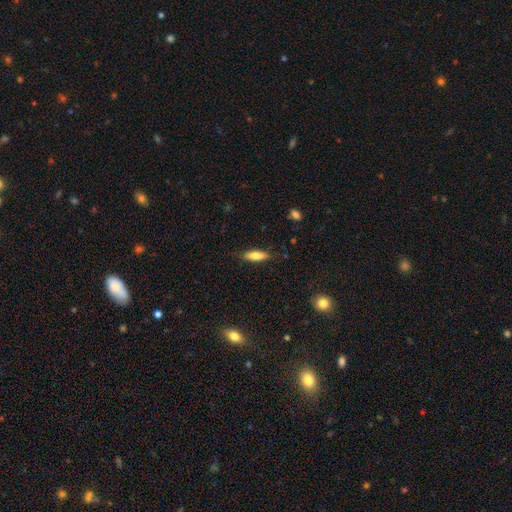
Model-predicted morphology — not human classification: smooth_or_featured: smooth (p=0.76) [alt: featured or disk p=0.17]
how_rounded: in between (p=0.53) [alt: cigar-shaped p=0.45]
merging: none (p=0.81) [alt: minor disturbance p=0.15]